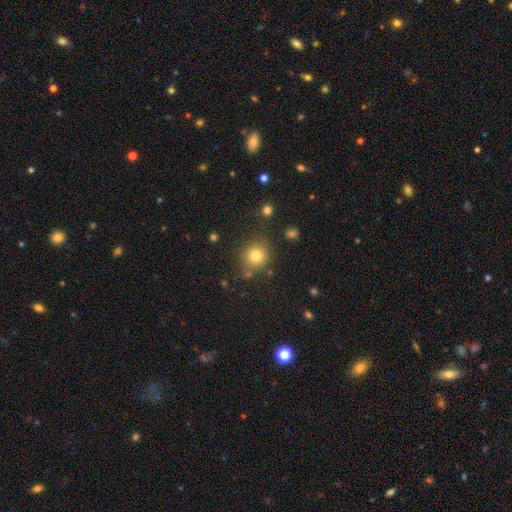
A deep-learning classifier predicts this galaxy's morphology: A smooth galaxy with no disk features (81%) that is round (83%). Merging: none (77%).